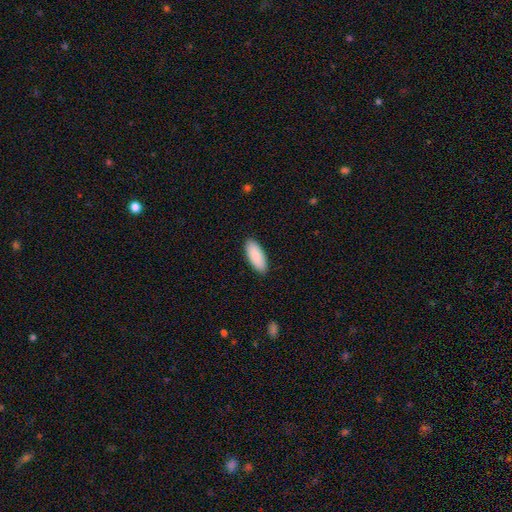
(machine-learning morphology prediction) type=smooth (90%); roundness=in between (83%); merging=none (90%).